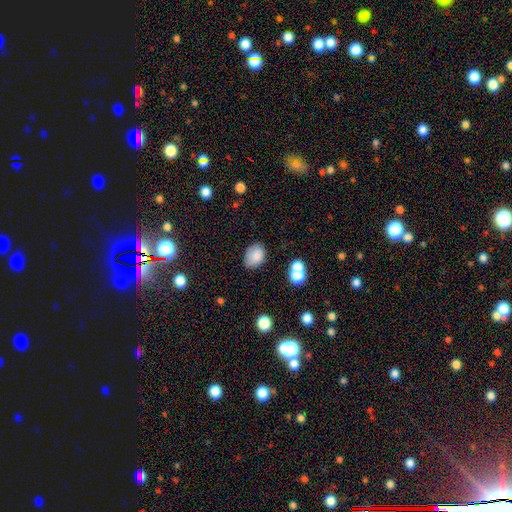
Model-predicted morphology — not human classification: This is clearly a smooth galaxy (82%). How rounded: likely in between (77%). Merging: likely none (73%).